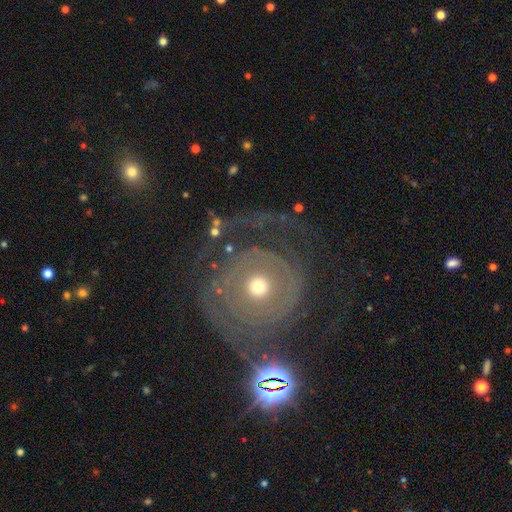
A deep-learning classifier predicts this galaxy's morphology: Smooth or featured? Predicted: featured or disk (p=0.68). Edge-on disk? Predicted: no (p=0.96). Bar? Predicted: no (p=0.85). Spiral arms? Predicted: yes (p=0.63). Bulge size? Predicted: moderate (p=0.58). Merging? Predicted: none (p=0.58).